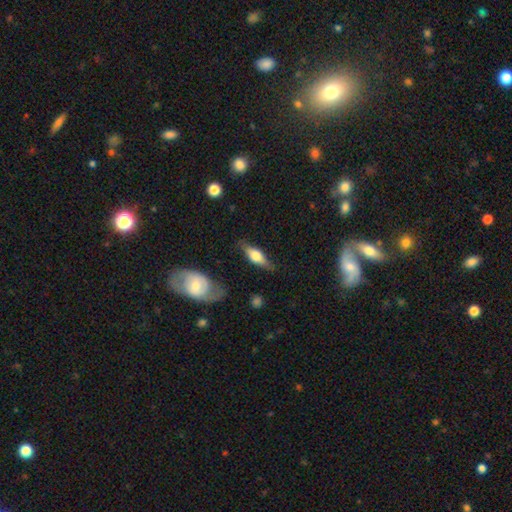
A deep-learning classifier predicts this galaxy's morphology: Smooth or featured?
  - smooth: 47% * (tied)
  - featured or disk: 47% * (tied)
  - star or artifact: 6%
Merging?
  - none: 74% *
  - minor disturbance: 18%
  - major disturbance: 5%
  - merger: 3%